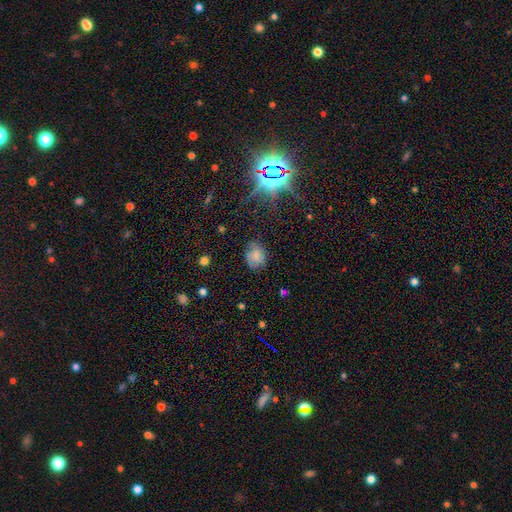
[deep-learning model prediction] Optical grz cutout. It shows a smooth galaxy with no disk features (68%) that is round (52%). Merging: none (70%).